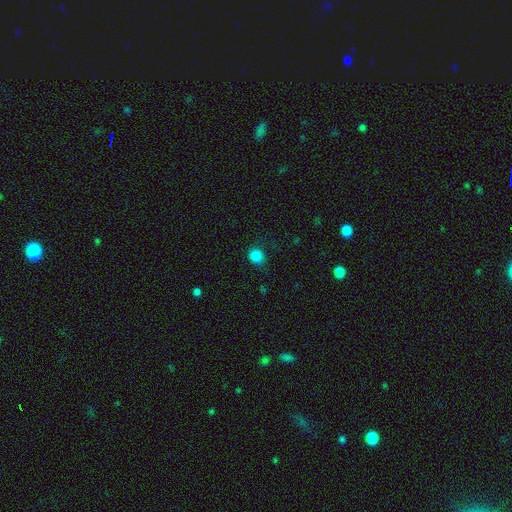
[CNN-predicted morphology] Smooth or featured? Predicted: smooth (p=0.85). How rounded? Predicted: round (p=0.80). Merging? Predicted: none (p=0.78).